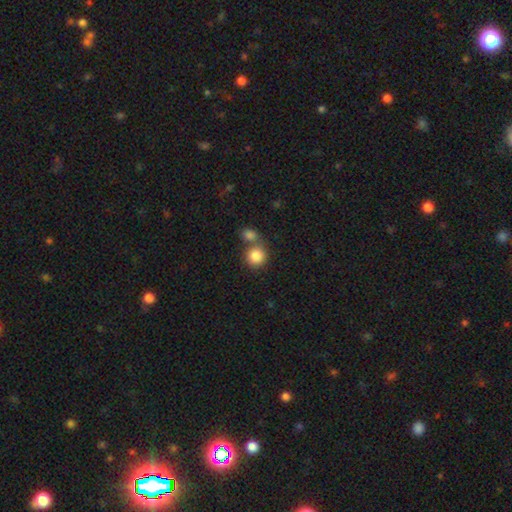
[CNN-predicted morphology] Smooth or featured? smooth (85%)
How rounded? round (89%)
Merging? none (52%)